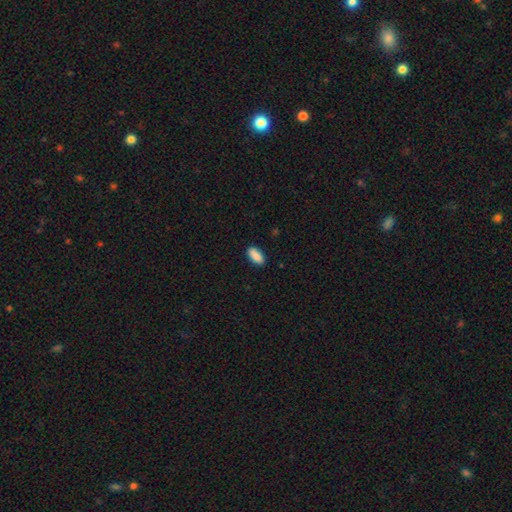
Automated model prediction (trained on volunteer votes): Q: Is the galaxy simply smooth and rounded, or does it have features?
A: smooth — 89%.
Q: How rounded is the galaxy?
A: in between — 89%.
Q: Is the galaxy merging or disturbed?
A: none — 87%.